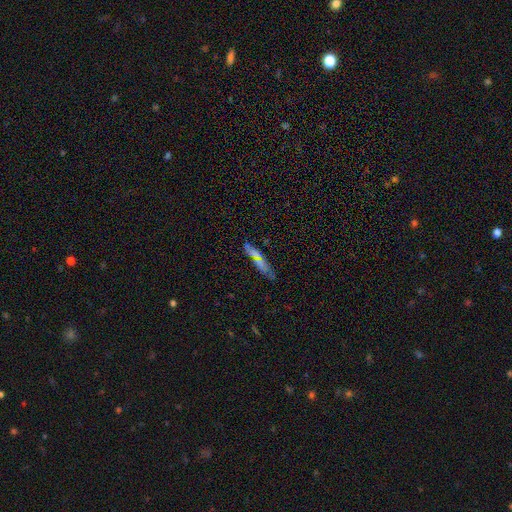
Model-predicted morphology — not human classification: A smooth galaxy with no disk features (42%).

Vote fractions:
- Smooth or featured? smooth: 42% / featured or disk: 36% / star or artifact: 22%
- Merging? none: 75% / minor disturbance: 12% / merger: 8% / major disturbance: 5%